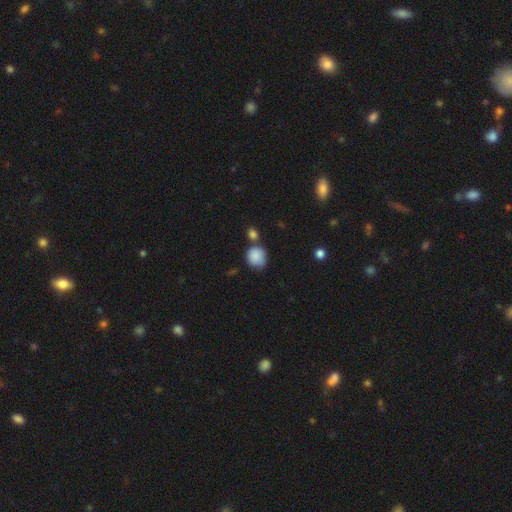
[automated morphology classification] This is clearly a smooth galaxy (86%). How rounded: clearly round (81%). Merging: possibly none (54%).